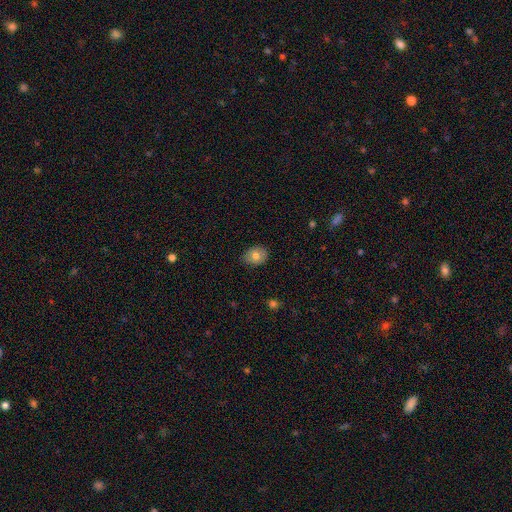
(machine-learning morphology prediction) Smooth or featured? Predicted: smooth (p=0.78). How rounded? Predicted: in between (p=0.65). Merging? Predicted: none (p=0.85).